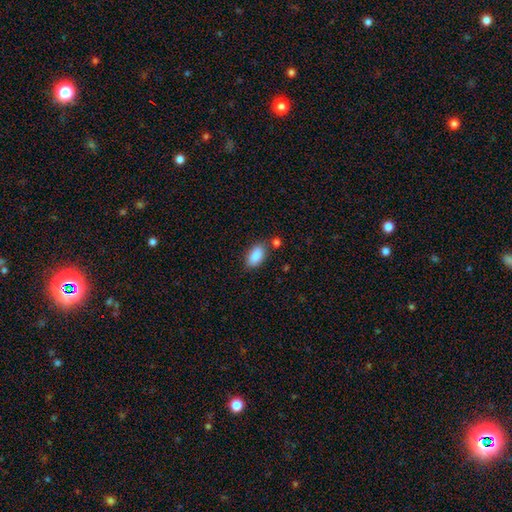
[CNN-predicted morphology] Smooth or featured: smooth — 86% (star or artifact — 7%)
How rounded: in between — 91% (cigar-shaped — 5%)
Merging: none — 73% (minor disturbance — 15%)